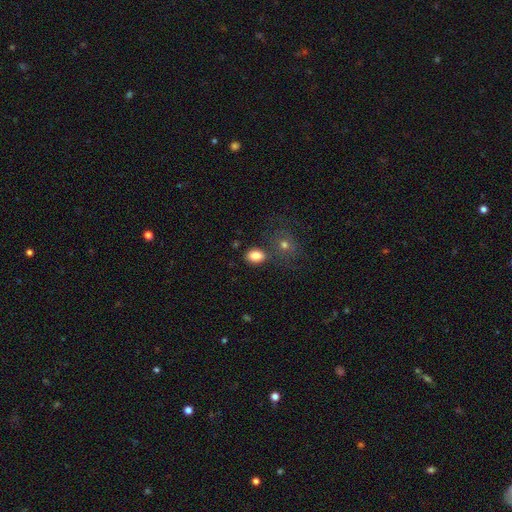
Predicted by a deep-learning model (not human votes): smooth 84%, star or artifact 10%, featured or disk 6%. Down the decision tree: how rounded — in between (70%); merging — none (72%).